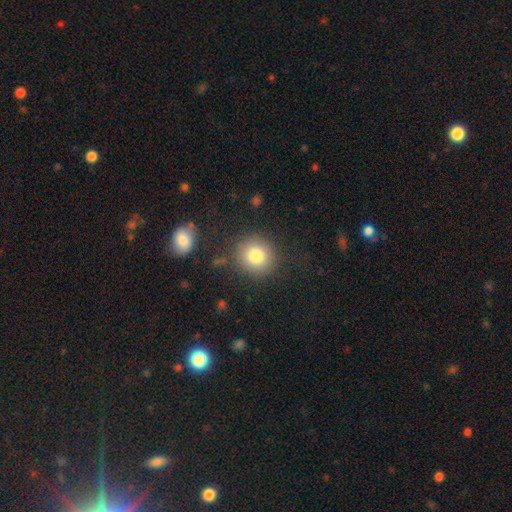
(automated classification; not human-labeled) The model was most divided on "smooth or featured": smooth: 81%, star or artifact: 10%, featured or disk: 9%. More confident: how rounded — round (88%); merging — none (85%).